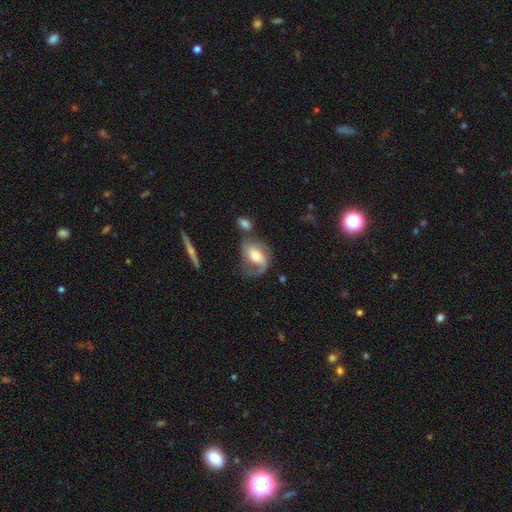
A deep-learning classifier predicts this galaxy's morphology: The model was most divided on "spiral winding" (2-way tie): loose: 42%, medium: 42%, tight: 16%. Remaining: edge-on disk — no (95%); spiral arms — yes (90%); smooth or featured — featured or disk (73%); bulge size — moderate (65%); spiral arm count — 2 (62%); merging — none (46%); bar — weak (40%).